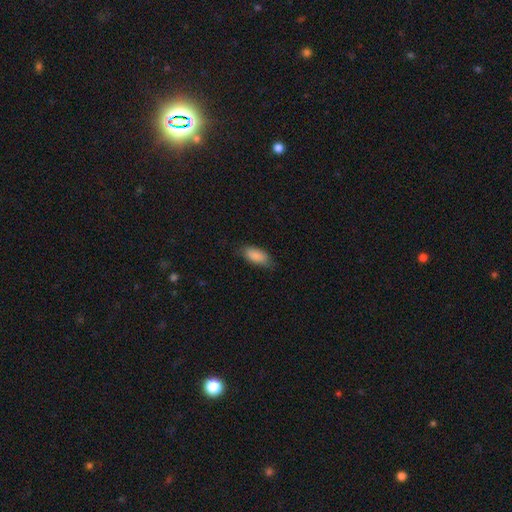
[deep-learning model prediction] This is clearly a smooth galaxy (89%). How rounded: clearly in between (83%). Merging: likely none (78%).